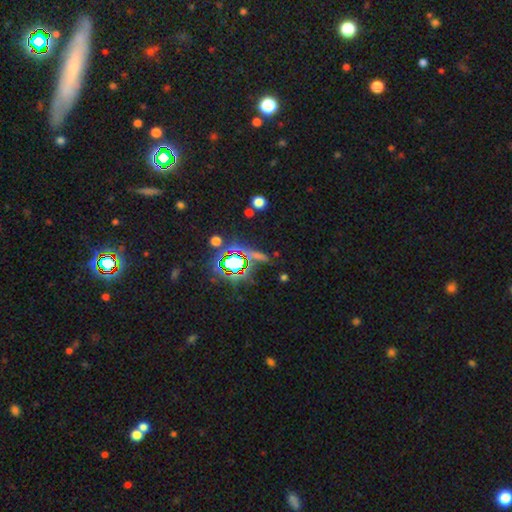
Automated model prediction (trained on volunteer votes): Q: Smooth or featured?
A: star or artifact (72%); runner-up: smooth (15%)